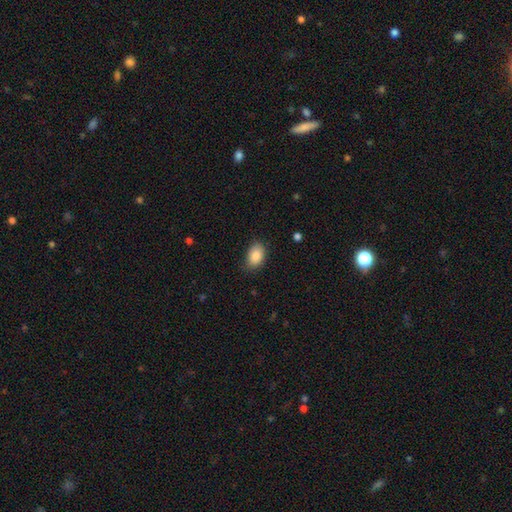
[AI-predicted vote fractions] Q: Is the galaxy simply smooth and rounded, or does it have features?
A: smooth — 88%.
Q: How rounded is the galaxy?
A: in between — 86%.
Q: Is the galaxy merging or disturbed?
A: none — 79%.